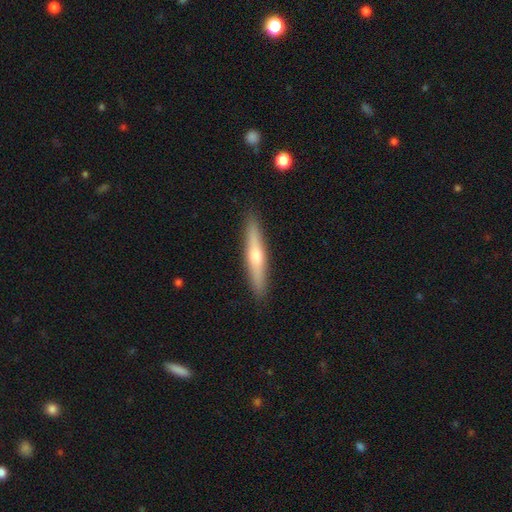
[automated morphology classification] This appears to be a featured or disk galaxy (53%) viewed edge-on (94%). Merging: none (91%).